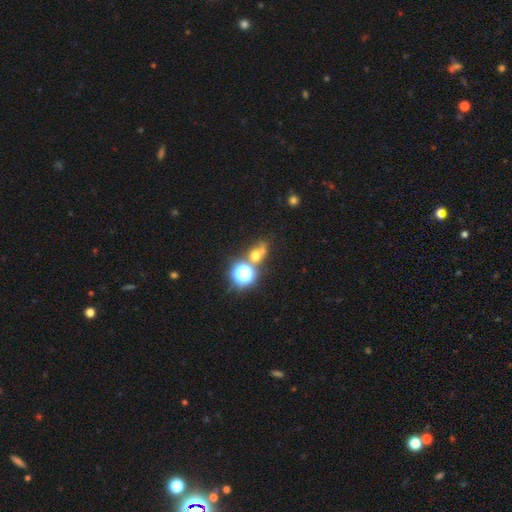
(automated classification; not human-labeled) Smooth or featured? smooth (52%)
How rounded? round (69%)
Merging? none (44%)